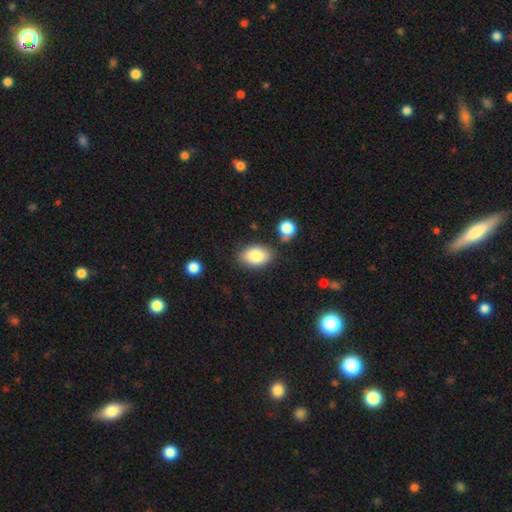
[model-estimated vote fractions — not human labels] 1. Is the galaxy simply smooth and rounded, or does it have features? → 85% smooth, 9% featured or disk, 7% star or artifact.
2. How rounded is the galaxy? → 90% in between, 9% round, 1% cigar-shaped.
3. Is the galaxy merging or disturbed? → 75% none, 14% minor disturbance, 8% merger, 3% major disturbance.